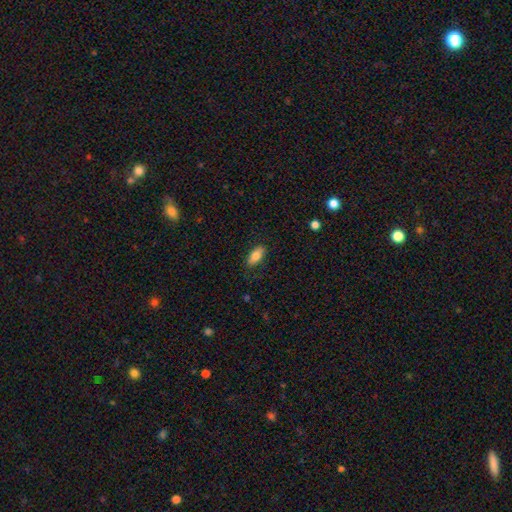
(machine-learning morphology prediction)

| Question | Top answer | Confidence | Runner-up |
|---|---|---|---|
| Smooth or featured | smooth | 80% | featured or disk (14%) |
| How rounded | in between | 88% | cigar-shaped (10%) |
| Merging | none | 85% | minor disturbance (12%) |